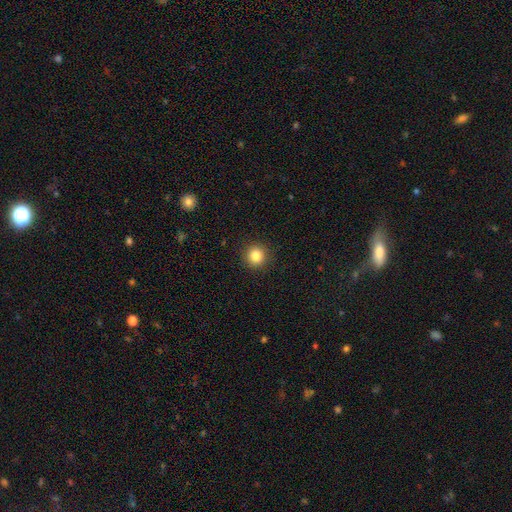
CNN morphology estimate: Smooth or featured? Predicted: smooth (p=0.85). How rounded? Predicted: round (p=0.93). Merging? Predicted: none (p=0.92).